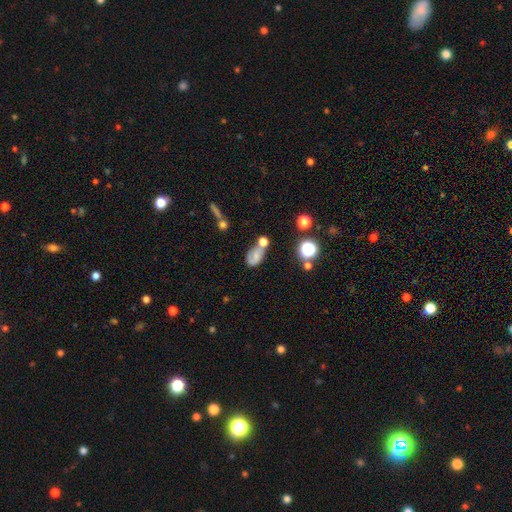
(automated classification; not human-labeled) smooth 48%, featured or disk 37%, star or artifact 16%. Down the decision tree: merging — none (37%).